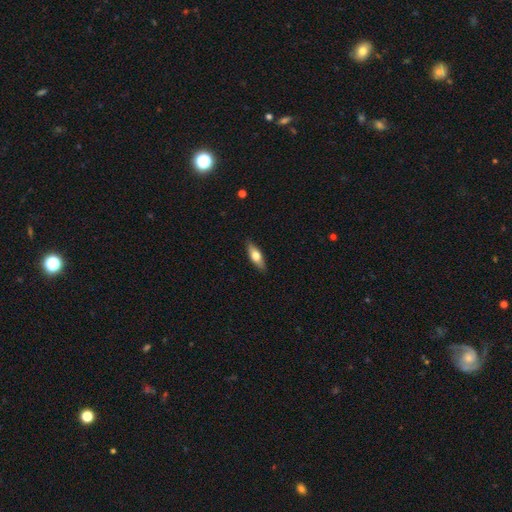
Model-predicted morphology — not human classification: The model was most divided on "how rounded": in between: 60%, cigar-shaped: 37%, round: 3%. More confident: merging — none (87%); smooth or featured — smooth (59%).